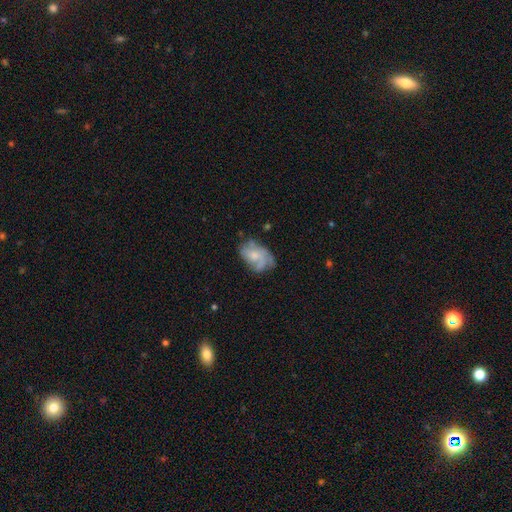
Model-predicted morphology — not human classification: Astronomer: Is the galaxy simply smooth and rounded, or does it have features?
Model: featured or disk — 56% (runner-up: smooth, 36%).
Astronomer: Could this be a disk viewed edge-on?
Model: no — 97%.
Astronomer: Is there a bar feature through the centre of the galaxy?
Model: no — 78%.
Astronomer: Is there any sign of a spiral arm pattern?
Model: yes — 70%.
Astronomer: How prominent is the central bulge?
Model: small — 44% (runner-up: moderate, 40%).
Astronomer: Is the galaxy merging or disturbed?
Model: none — 48% (runner-up: minor disturbance, 29%).